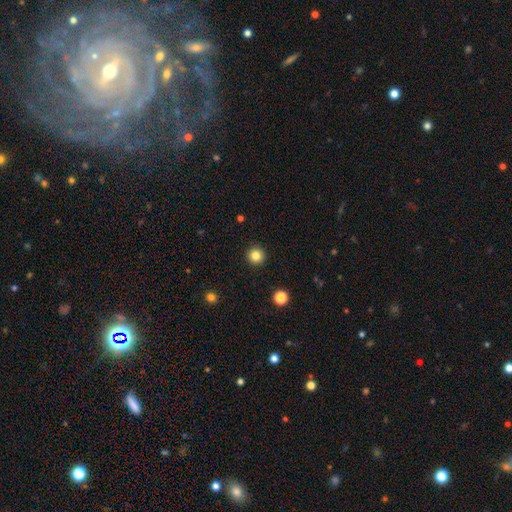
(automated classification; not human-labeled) smooth 84%, star or artifact 11%, featured or disk 5%. Down the decision tree: how rounded — round (96%); merging — none (93%).